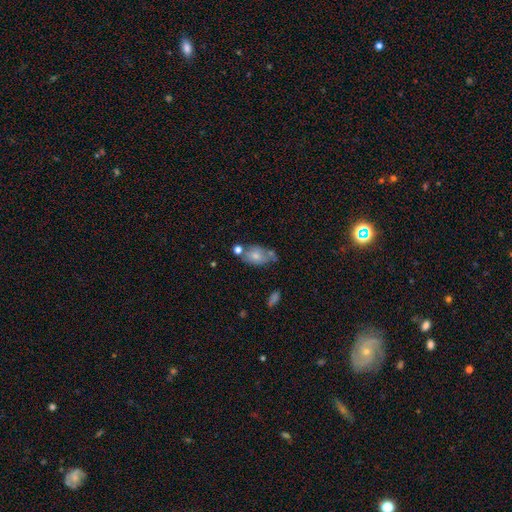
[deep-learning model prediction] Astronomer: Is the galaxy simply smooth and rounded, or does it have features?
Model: smooth — 67%.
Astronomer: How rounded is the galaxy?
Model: in between — 85%.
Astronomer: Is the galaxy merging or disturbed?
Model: none — 46% (runner-up: minor disturbance, 23%).